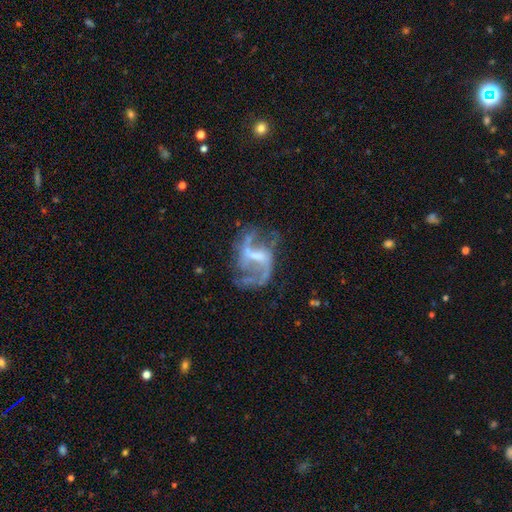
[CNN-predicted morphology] This appears to be a featured or disk galaxy (84%) with a weak bar (52%), 2 (75%) loose (60%) spiral arms (88%) and a small central bulge (34%). Merging: none (51%).